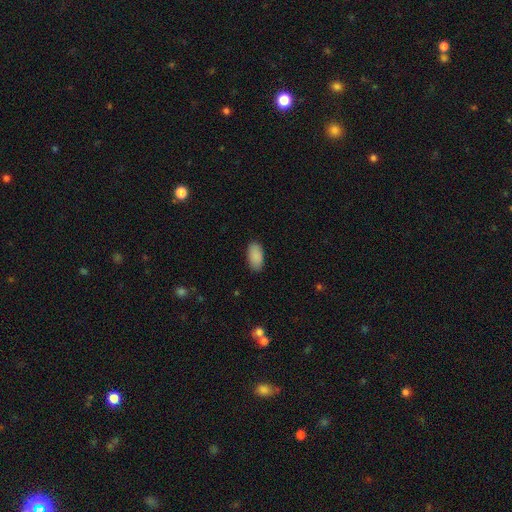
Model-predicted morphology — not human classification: Smooth or featured? Predicted: smooth (p=0.90). How rounded? Predicted: in between (p=0.94). Merging? Predicted: none (p=0.87).